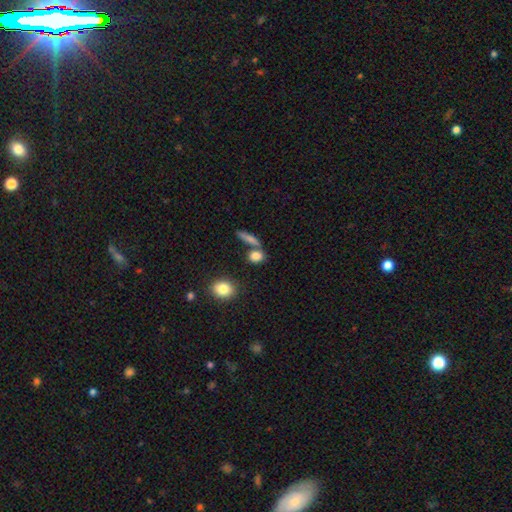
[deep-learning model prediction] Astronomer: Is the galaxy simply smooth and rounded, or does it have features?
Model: smooth — 82%.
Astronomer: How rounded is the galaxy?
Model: in between — 49% (runner-up: round, 37%).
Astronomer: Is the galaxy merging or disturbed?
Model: none — 60%.